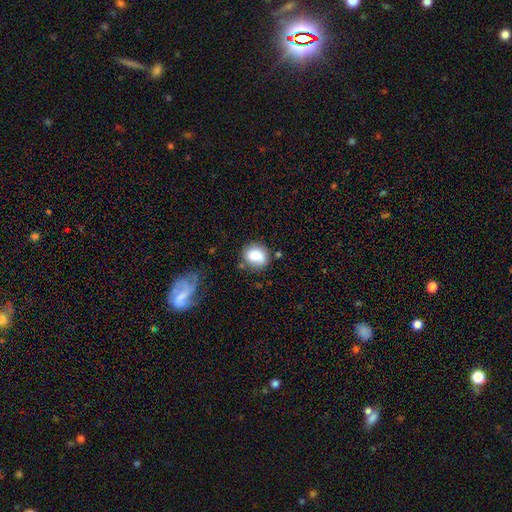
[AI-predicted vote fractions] Morphology: type=smooth (81%); roundness=round (64%); merging=none (66%).